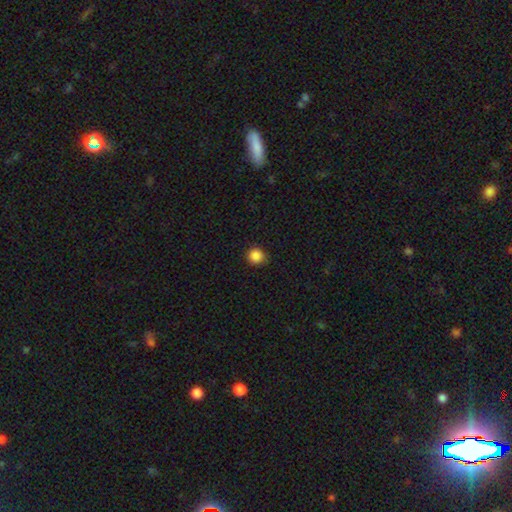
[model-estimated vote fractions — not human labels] smooth 87%, star or artifact 10%, featured or disk 3%. Down the decision tree: how rounded — round (94%); merging — none (88%).